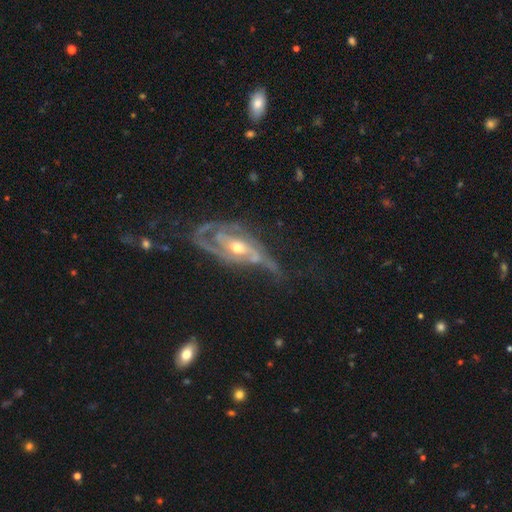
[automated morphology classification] Smooth or featured? featured or disk (87%)
Edge-on disk? no (92%)
Bar? no (51%)
Spiral arms? yes (92%)
Spiral winding? tight (44%)
Spiral arm count? 2 (47%)
Bulge size? moderate (59%)
Merging? none (43%)